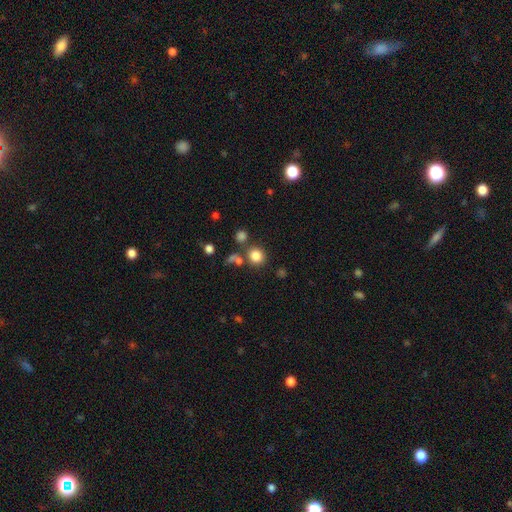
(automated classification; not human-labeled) Smooth or featured: smooth — 81% (star or artifact — 13%)
How rounded: round — 88% (in between — 11%)
Merging: none — 74% (merger — 13%)